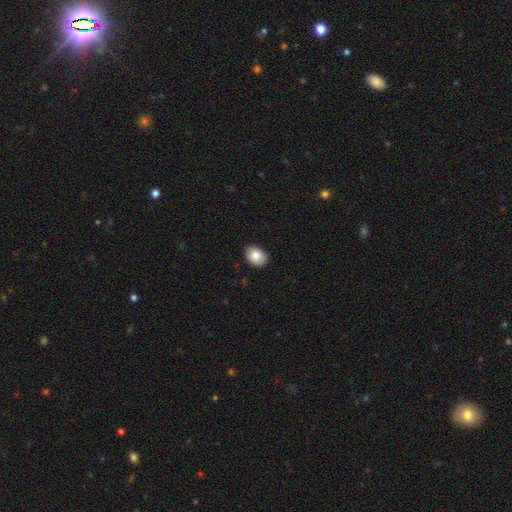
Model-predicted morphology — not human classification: Smooth or featured?
  - smooth: 86% *
  - star or artifact: 7%
  - featured or disk: 7%
How rounded?
  - in between: 72% *
  - round: 27%
  - cigar-shaped: 1%
Merging?
  - none: 88% *
  - minor disturbance: 9%
  - major disturbance: 2%
  - merger: 1%